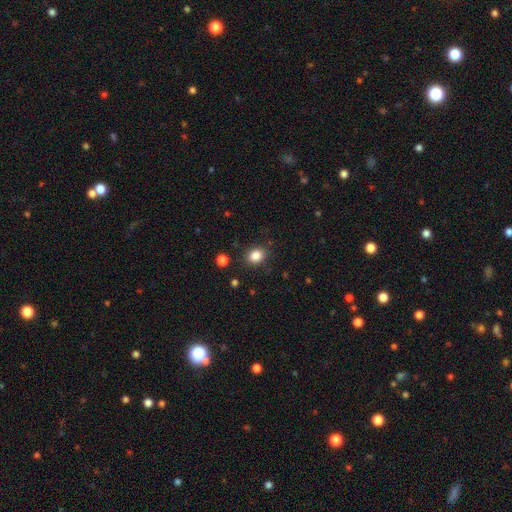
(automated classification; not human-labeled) Smooth or featured: smooth — 85% (star or artifact — 11%)
How rounded: round — 54% (in between — 45%)
Merging: none — 86% (minor disturbance — 9%)